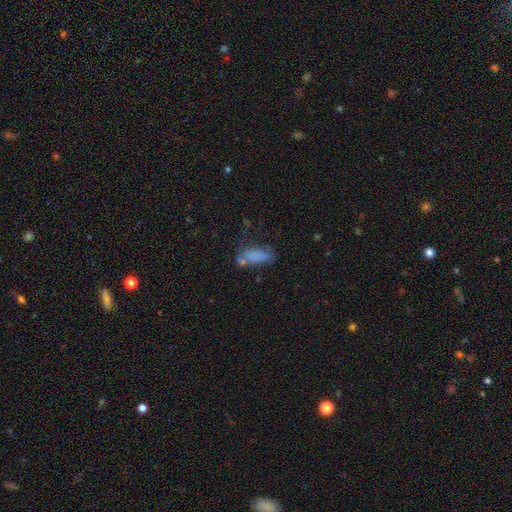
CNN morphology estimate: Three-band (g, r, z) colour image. It shows a smooth galaxy with no disk features (76%) that is in between round and cigar-shaped (76%). Merging: none (41%).